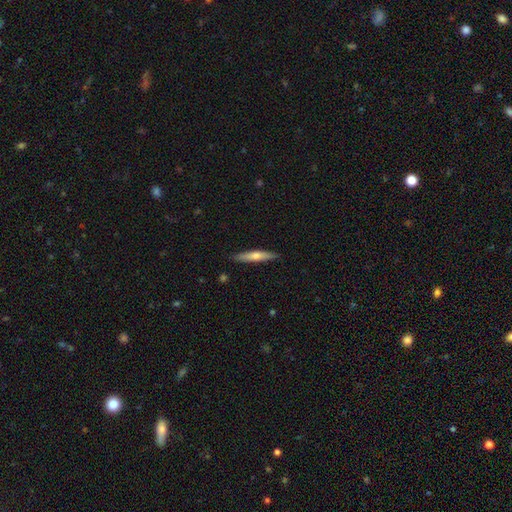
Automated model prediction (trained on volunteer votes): The model was most divided on "smooth or featured": smooth: 57%, featured or disk: 38%, star or artifact: 5%. More confident: how rounded — cigar-shaped (89%); merging — none (89%).